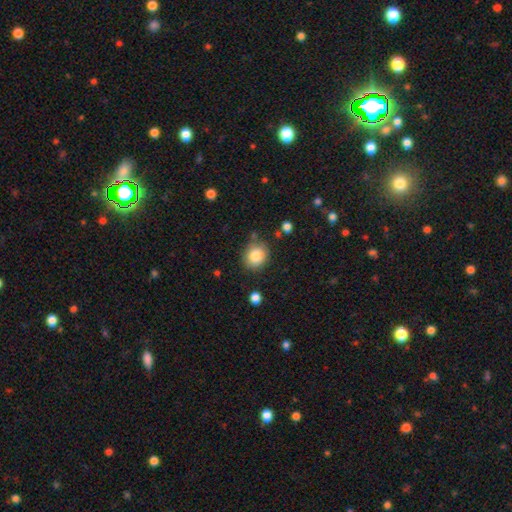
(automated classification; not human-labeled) Smooth or featured? Predicted: smooth (p=0.84). How rounded? Predicted: round (p=0.73). Merging? Predicted: none (p=0.79).